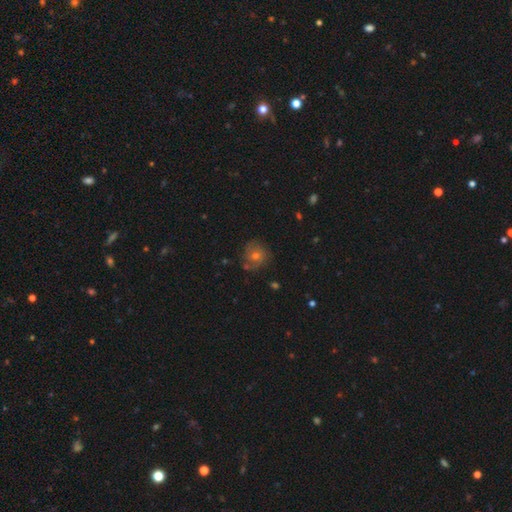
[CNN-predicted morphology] Overall: smooth (41%; featured or disk 40%). Merging: none (74%).